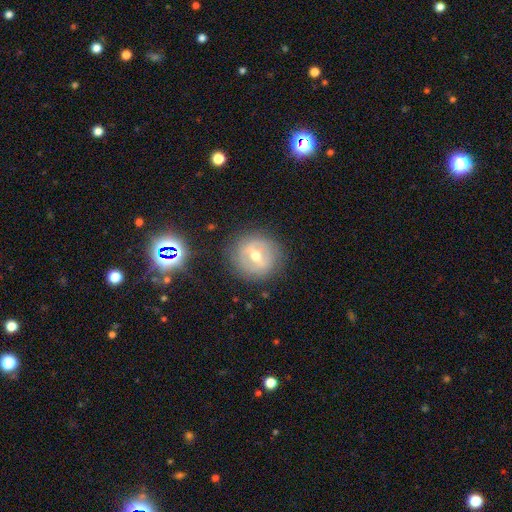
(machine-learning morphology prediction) Smooth or featured?
  - featured or disk: 63% *
  - smooth: 28%
  - star or artifact: 10%
Edge-on disk?
  - no: 93% *
  - yes: 7%
Bar?
  - weak: 44% *
  - strong: 39%
  - no: 17%
Spiral arms?
  - no: 54% *
  - yes: 46%
Bulge size?
  - moderate: 75% *
  - small: 19%
  - large: 4%
  - none: 1%
  - dominant: 1%
Merging?
  - none: 82% *
  - minor disturbance: 12%
  - major disturbance: 5%
  - merger: 2%